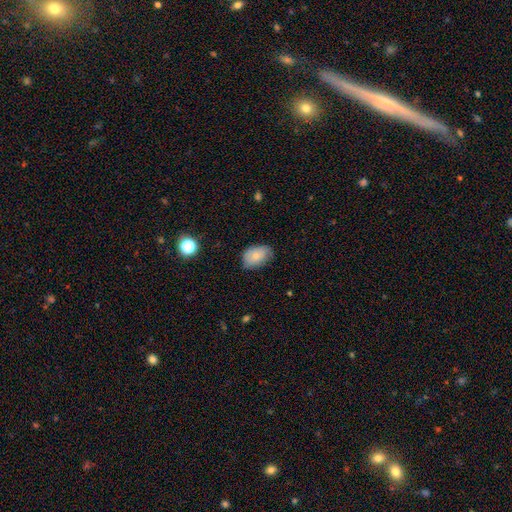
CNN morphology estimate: smooth_or_featured: smooth (p=0.75) [alt: featured or disk p=0.17]
how_rounded: in between (p=0.84) [alt: round p=0.14]
merging: none (p=0.64) [alt: minor disturbance p=0.29]